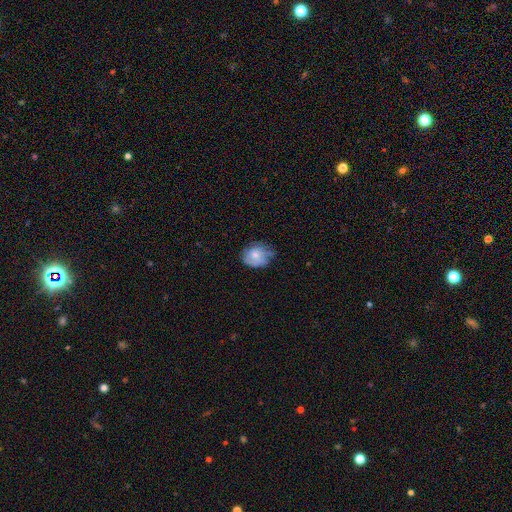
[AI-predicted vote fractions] Q: Smooth or featured?
A: smooth (58%); runner-up: featured or disk (34%)
Q: How rounded?
A: round (58%); runner-up: in between (41%)
Q: Merging?
A: none (54%); runner-up: minor disturbance (33%)